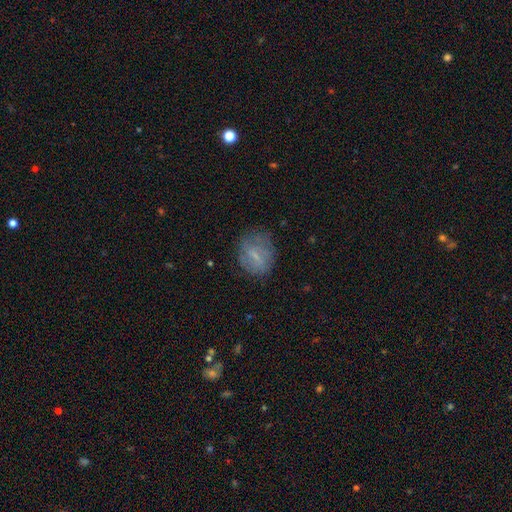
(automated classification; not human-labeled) Q: Smooth or featured?
A: smooth (53%); runner-up: featured or disk (38%)
Q: How rounded?
A: round (50%); runner-up: in between (48%)
Q: Merging?
A: none (66%); runner-up: minor disturbance (22%)